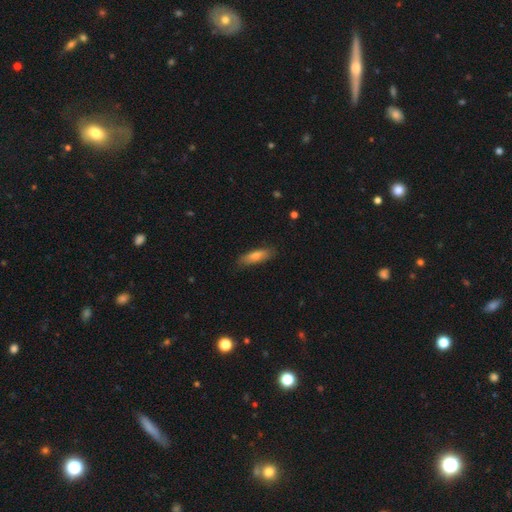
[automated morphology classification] smooth-or-featured: smooth: 71% | featured or disk: 22% | star or artifact: 7%
  how-rounded: cigar-shaped: 59% | in between: 39% | round: 2%
  merging: none: 83% | minor disturbance: 13% | major disturbance: 2% | merger: 1%